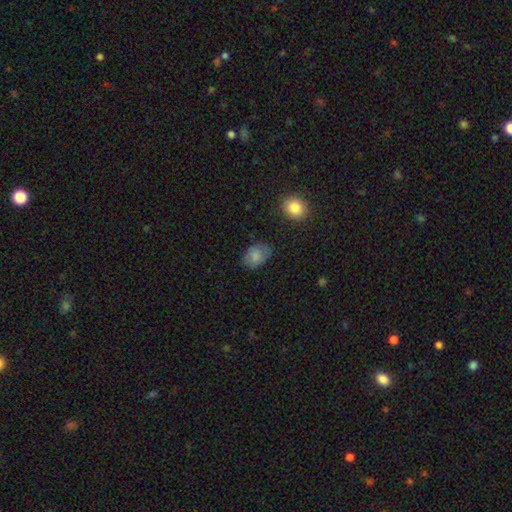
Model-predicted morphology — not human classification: smooth_or_featured: smooth (p=0.82) [alt: featured or disk p=0.10]
how_rounded: in between (p=0.82) [alt: round p=0.17]
merging: none (p=0.73) [alt: minor disturbance p=0.20]